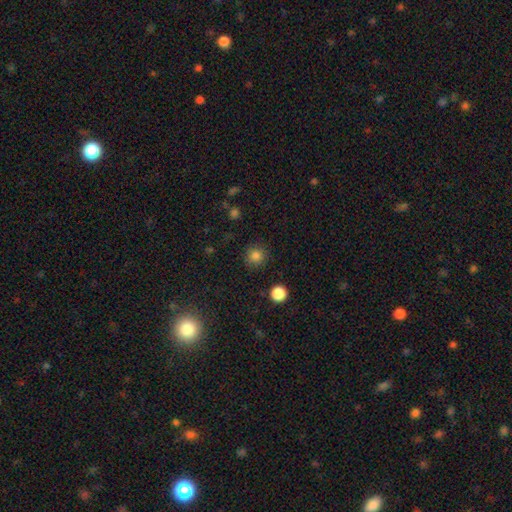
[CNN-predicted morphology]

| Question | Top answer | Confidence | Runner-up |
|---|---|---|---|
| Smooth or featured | smooth | 82% | star or artifact (13%) |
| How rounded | round | 93% | in between (6%) |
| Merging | none | 89% | minor disturbance (7%) |